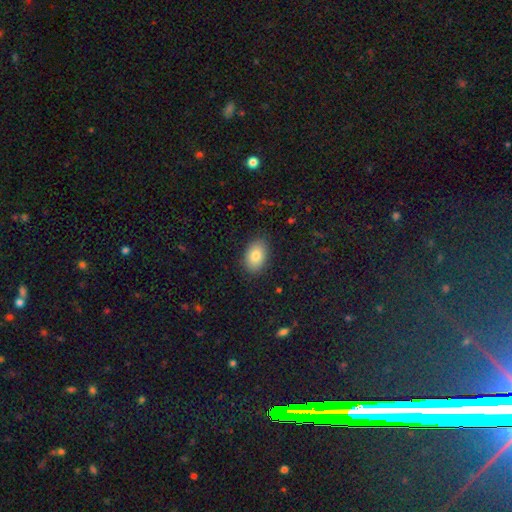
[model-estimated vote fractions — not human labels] Smooth or featured? Predicted: smooth (p=0.81). How rounded? Predicted: in between (p=0.87). Merging? Predicted: none (p=0.86).